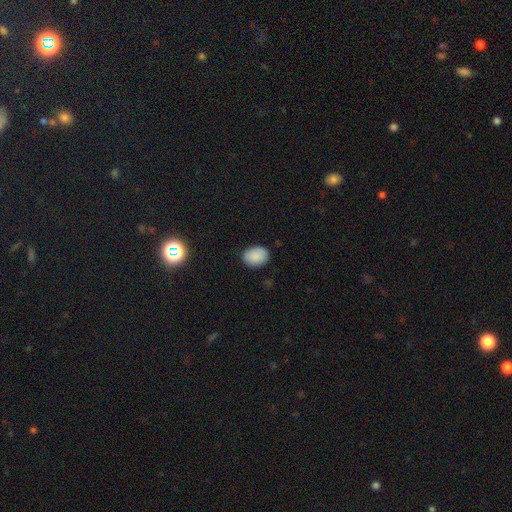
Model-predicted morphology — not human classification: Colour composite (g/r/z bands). It shows a smooth galaxy with no disk features (87%) that is in between round and cigar-shaped (69%). Merging: none (82%).